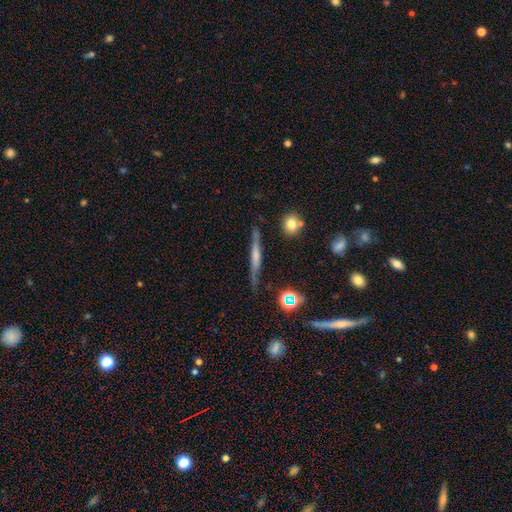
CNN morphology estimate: Overall: featured or disk (52%; smooth 38%). Edge-on disk: yes (91%). Merging: none (76%).